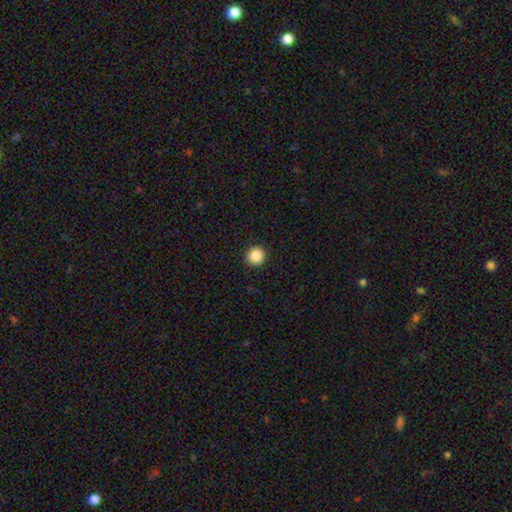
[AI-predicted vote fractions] The model was most divided on "smooth or featured": smooth: 87%, star or artifact: 10%, featured or disk: 4%. More confident: merging — none (93%); how rounded — round (92%).